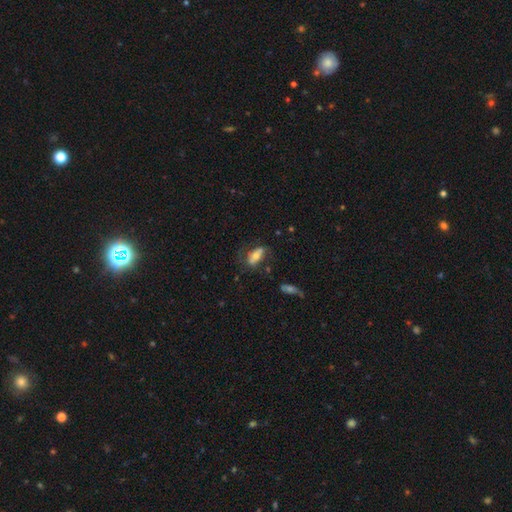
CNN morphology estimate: smooth 58%, featured or disk 34%, star or artifact 8%. Down the decision tree: how rounded — in between (81%); merging — none (51%).